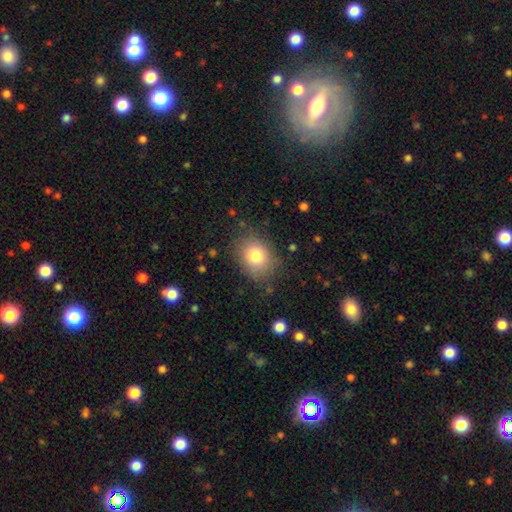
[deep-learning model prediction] Morphology: type=smooth (79%); roundness=round (52%); merging=none (79%).